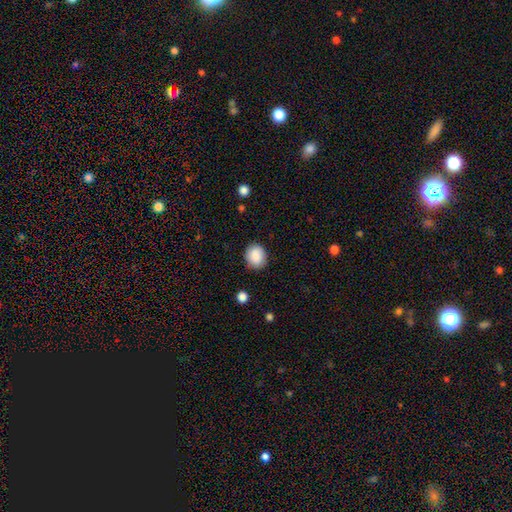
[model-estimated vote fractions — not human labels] smooth-or-featured: smooth: 88% | star or artifact: 8% | featured or disk: 4%
  how-rounded: round: 69% | in between: 30% | cigar-shaped: 1%
  merging: none: 86% | minor disturbance: 11% | major disturbance: 3% | merger: 1%